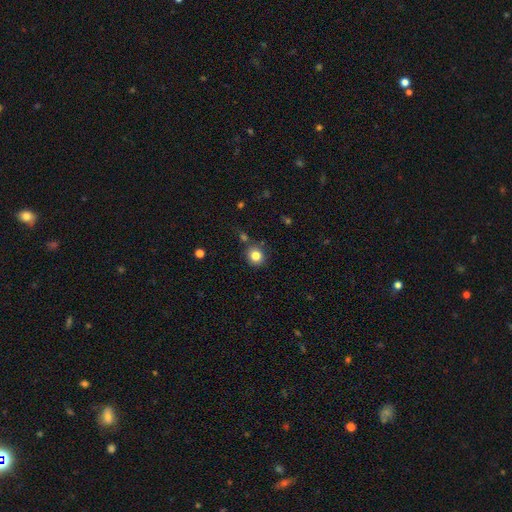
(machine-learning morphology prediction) smooth 82%, star or artifact 11%, featured or disk 7%. Down the decision tree: how rounded — round (87%); merging — none (81%).